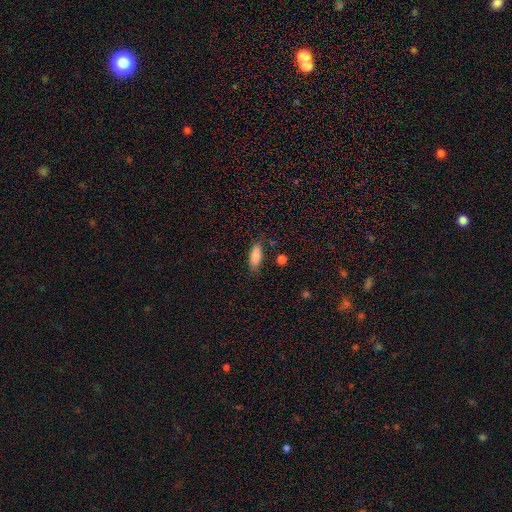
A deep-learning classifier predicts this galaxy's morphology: smooth_or_featured: smooth (p=0.86) [alt: star or artifact p=0.08]
how_rounded: in between (p=0.68) [alt: cigar-shaped p=0.30]
merging: none (p=0.81) [alt: minor disturbance p=0.14]